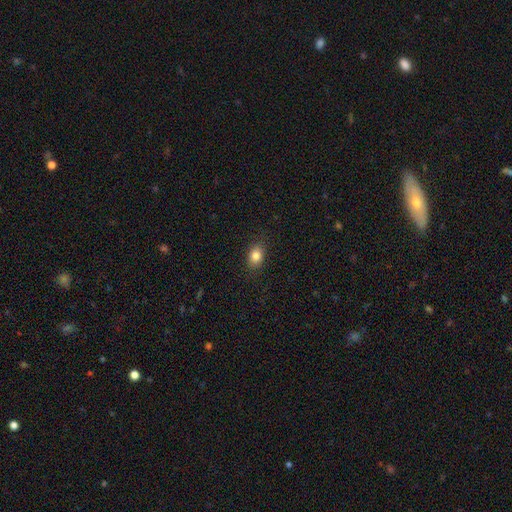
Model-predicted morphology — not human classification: Smooth or featured? smooth (84%)
How rounded? in between (72%)
Merging? none (86%)